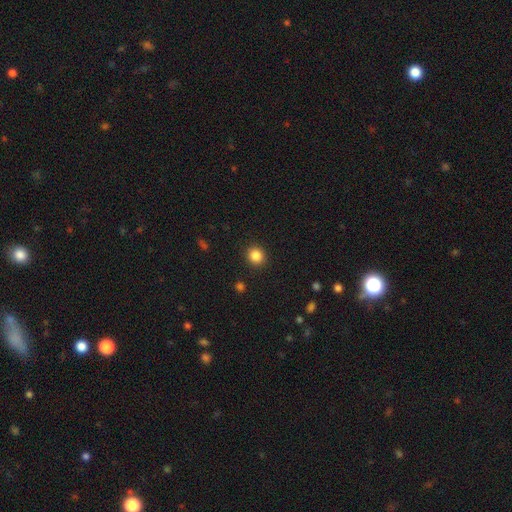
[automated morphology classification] smooth_or_featured: smooth (p=0.85) [alt: star or artifact p=0.11]
how_rounded: round (p=0.88) [alt: in between p=0.11]
merging: none (p=0.91) [alt: minor disturbance p=0.05]